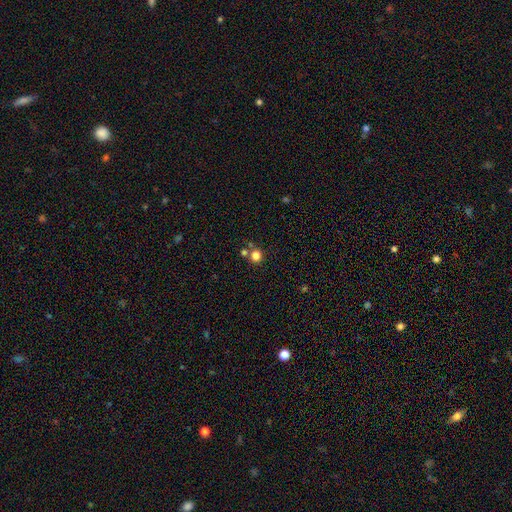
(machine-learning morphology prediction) Smooth or featured?
  - smooth: 80% *
  - star or artifact: 14%
  - featured or disk: 6%
How rounded?
  - round: 88% *
  - in between: 11%
  - cigar-shaped: 1%
Merging?
  - none: 68% *
  - merger: 20%
  - minor disturbance: 8%
  - major disturbance: 4%